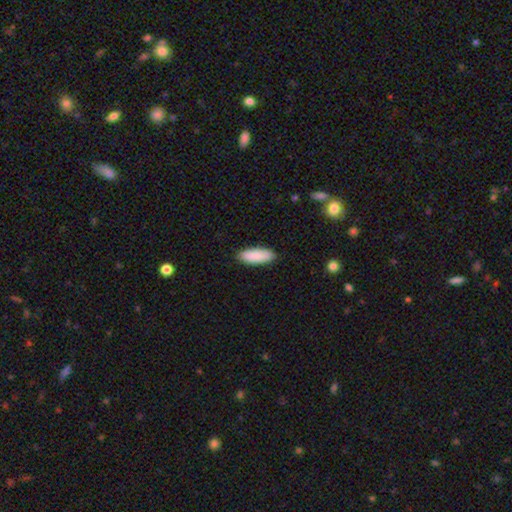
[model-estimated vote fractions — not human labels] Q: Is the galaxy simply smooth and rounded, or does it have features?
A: smooth — 90%.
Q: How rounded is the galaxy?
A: in between — 72%.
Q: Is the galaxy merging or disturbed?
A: none — 88%.